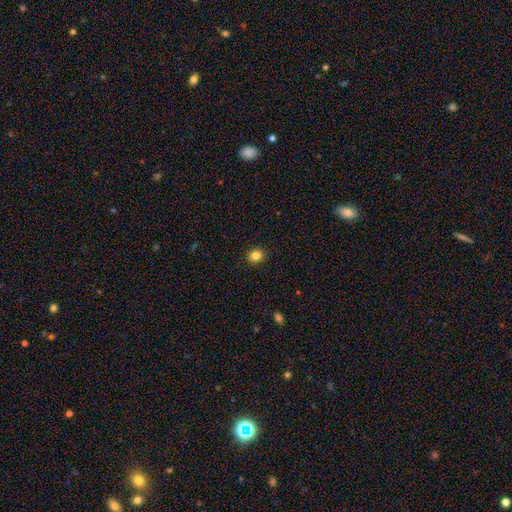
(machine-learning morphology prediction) Smooth or featured?
  - smooth: 84% *
  - star or artifact: 12%
  - featured or disk: 5%
How rounded?
  - round: 80% *
  - in between: 19%
  - cigar-shaped: 1%
Merging?
  - none: 92% *
  - minor disturbance: 6%
  - major disturbance: 2%
  - merger: 1%